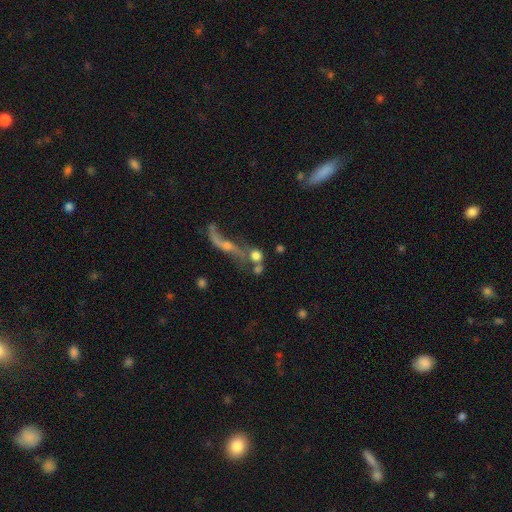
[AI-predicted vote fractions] Smooth or featured: smooth — 59% (featured or disk — 29%)
How rounded: round — 77% (in between — 15%)
Merging: none — 42% (merger — 35%)